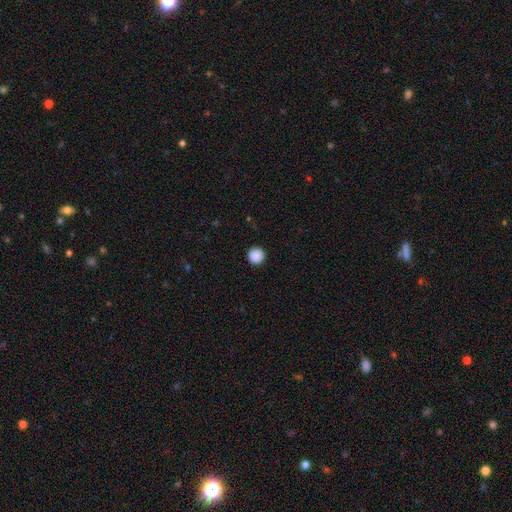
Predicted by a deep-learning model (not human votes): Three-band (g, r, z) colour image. It shows a smooth galaxy with no disk features (89%) that is round (97%). Merging: none (93%).